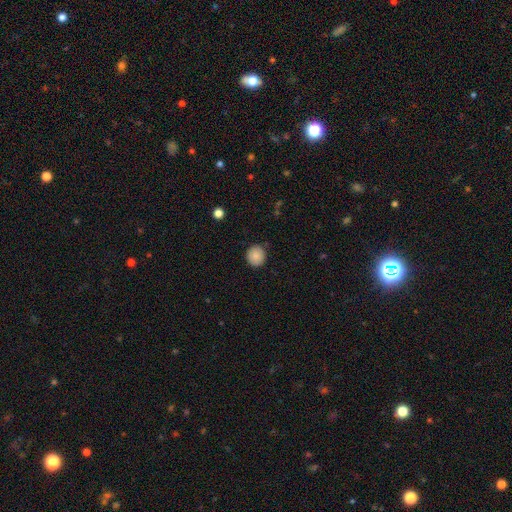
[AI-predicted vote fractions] Smooth or featured?
  - smooth: 86% *
  - star or artifact: 9%
  - featured or disk: 5%
How rounded?
  - round: 85% *
  - in between: 14%
  - cigar-shaped: 1%
Merging?
  - none: 86% *
  - minor disturbance: 11%
  - major disturbance: 2%
  - merger: 1%